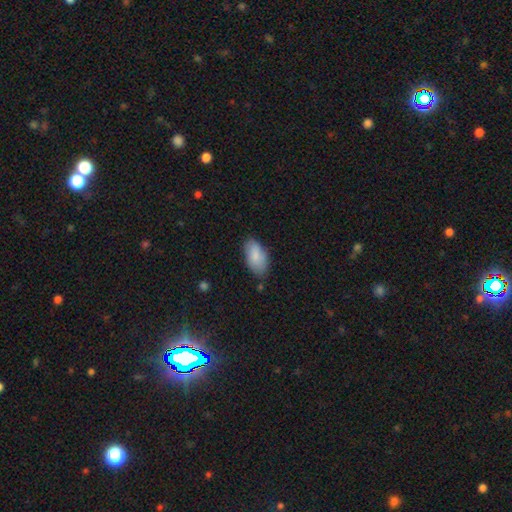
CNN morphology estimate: Q: Smooth or featured?
A: smooth (85%); runner-up: featured or disk (9%)
Q: How rounded?
A: in between (94%); runner-up: cigar-shaped (3%)
Q: Merging?
A: none (72%); runner-up: minor disturbance (22%)